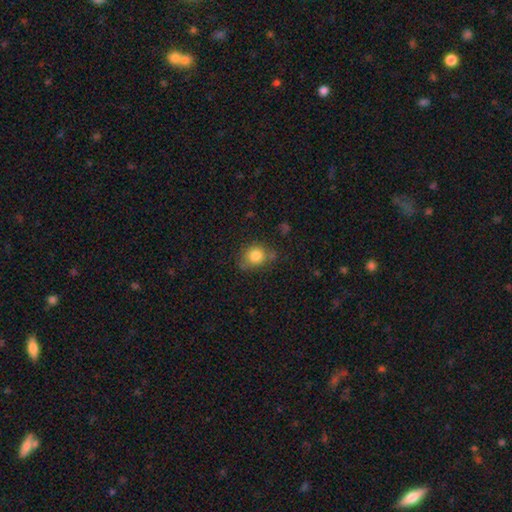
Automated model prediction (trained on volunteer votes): smooth 82%, star or artifact 10%, featured or disk 8%. Down the decision tree: how rounded — round (69%); merging — none (64%).